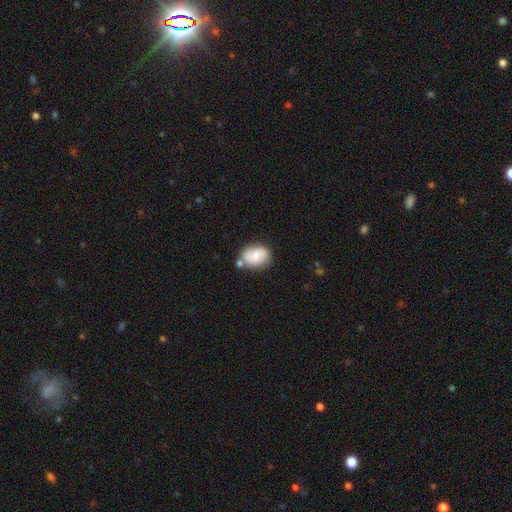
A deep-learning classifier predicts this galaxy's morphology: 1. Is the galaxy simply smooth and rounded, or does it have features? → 74% smooth, 18% featured or disk, 7% star or artifact.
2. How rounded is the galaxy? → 73% in between, 26% round, 1% cigar-shaped.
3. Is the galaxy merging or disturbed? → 57% none, 20% minor disturbance, 17% merger, 5% major disturbance.